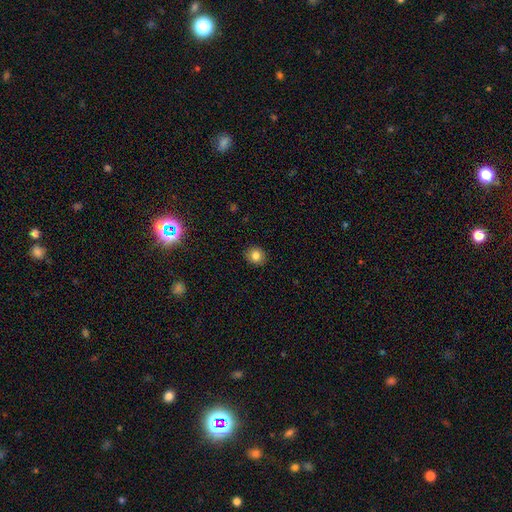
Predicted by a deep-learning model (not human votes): Morphology: type=smooth (82%); roundness=round (79%); merging=none (90%).